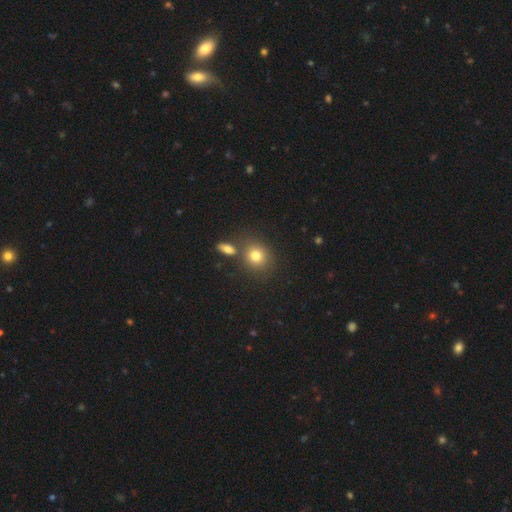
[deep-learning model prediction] smooth 79%, star or artifact 12%, featured or disk 9%. Down the decision tree: how rounded — round (76%); merging — none (69%).